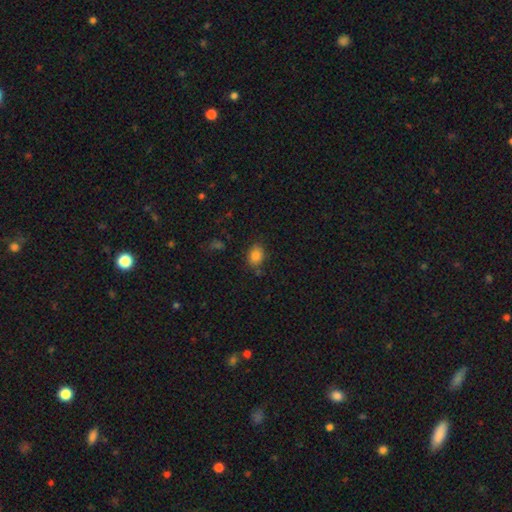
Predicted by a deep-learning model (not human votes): smooth-or-featured: smooth: 84% | star or artifact: 10% | featured or disk: 6%
  how-rounded: in between: 68% | round: 31% | cigar-shaped: 1%
  merging: none: 79% | minor disturbance: 14% | merger: 4% | major disturbance: 3%